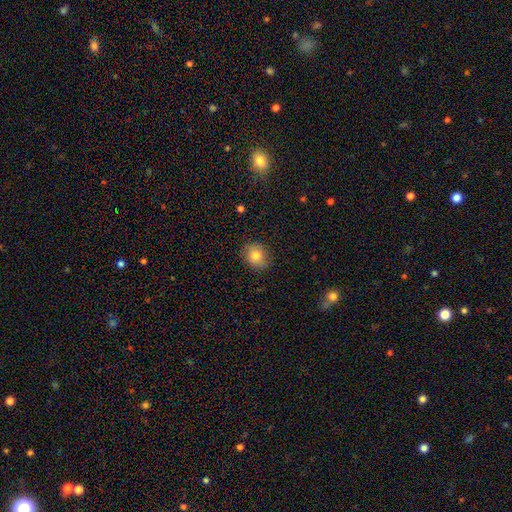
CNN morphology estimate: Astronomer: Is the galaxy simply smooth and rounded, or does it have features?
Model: smooth — 80%.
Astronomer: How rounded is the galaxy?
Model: round — 67%.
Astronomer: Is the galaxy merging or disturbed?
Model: none — 87%.